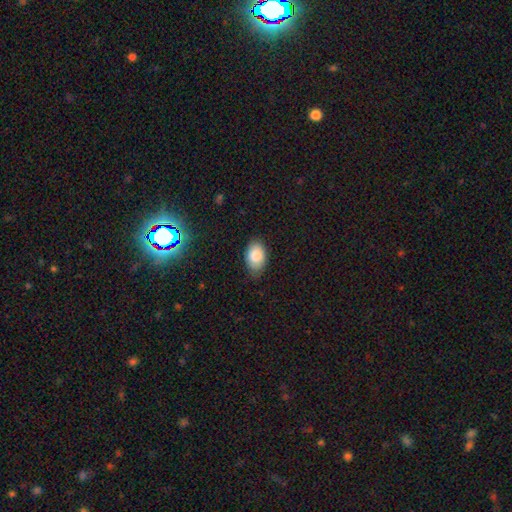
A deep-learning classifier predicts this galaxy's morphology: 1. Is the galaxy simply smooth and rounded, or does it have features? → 86% smooth, 7% star or artifact, 7% featured or disk.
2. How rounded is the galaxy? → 90% in between, 9% round, 1% cigar-shaped.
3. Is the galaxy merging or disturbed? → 76% none, 19% minor disturbance, 3% major disturbance, 1% merger.